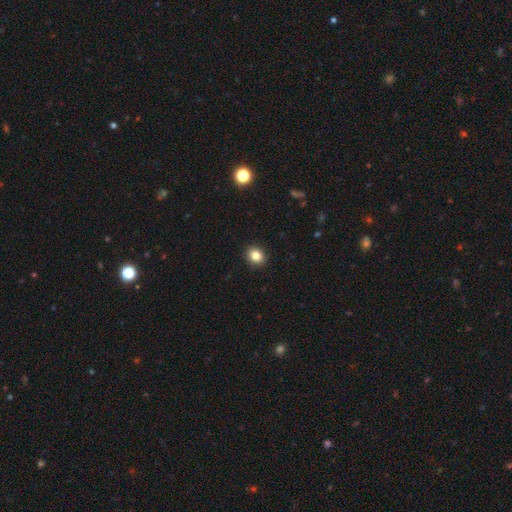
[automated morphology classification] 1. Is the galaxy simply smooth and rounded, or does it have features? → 84% smooth, 11% star or artifact, 5% featured or disk.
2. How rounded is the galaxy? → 64% round, 35% in between, 1% cigar-shaped.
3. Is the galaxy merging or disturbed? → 92% none, 6% minor disturbance, 2% major disturbance, 1% merger.